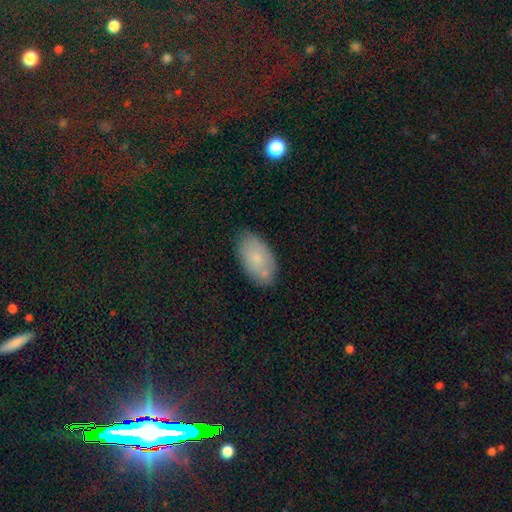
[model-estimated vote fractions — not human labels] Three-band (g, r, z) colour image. It shows a smooth galaxy with no disk features (75%) that is in between round and cigar-shaped (94%). Merging: none (75%).